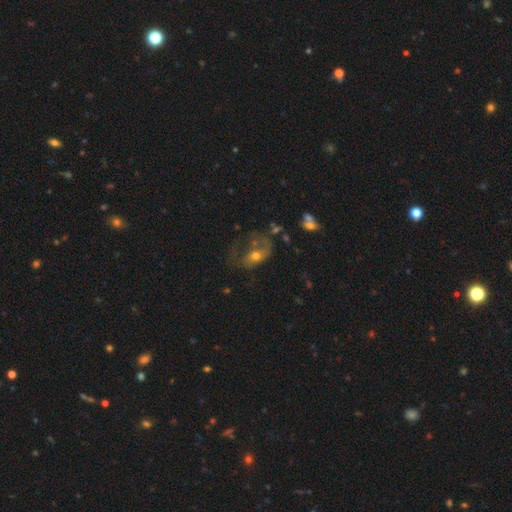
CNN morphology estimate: Smooth or featured? featured or disk (54%)
Edge-on disk? no (94%)
Bar? no (76%)
Spiral arms? no (54%)
Bulge size? moderate (58%)
Merging? major disturbance (49%)